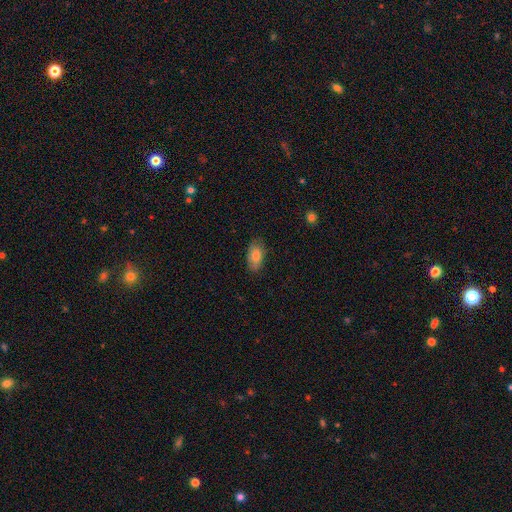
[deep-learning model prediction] A smooth galaxy with no disk features (81%) that is in between round and cigar-shaped (92%).

Vote fractions:
- Smooth or featured? smooth: 81% / featured or disk: 12% / star or artifact: 7%
- How rounded? in between: 92% / cigar-shaped: 4% / round: 4%
- Merging? none: 82% / minor disturbance: 14% / major disturbance: 3% / merger: 1%